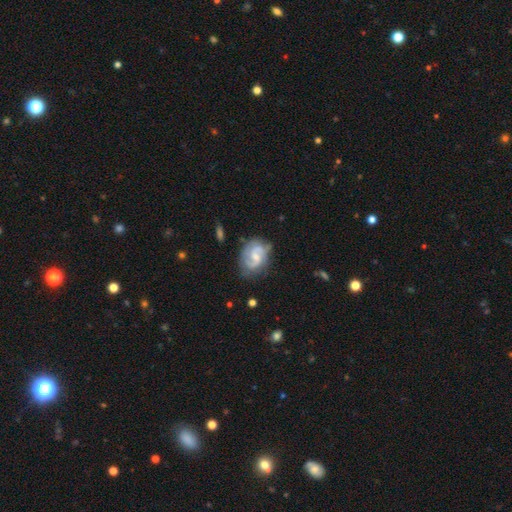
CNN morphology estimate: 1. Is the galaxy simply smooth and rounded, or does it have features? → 80% featured or disk, 14% smooth, 5% star or artifact.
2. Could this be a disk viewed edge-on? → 98% no, 2% yes.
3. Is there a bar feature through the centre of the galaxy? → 52% weak, 39% no, 9% strong.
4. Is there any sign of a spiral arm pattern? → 94% yes, 6% no.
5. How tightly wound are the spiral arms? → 49% medium, 30% tight, 21% loose.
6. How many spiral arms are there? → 80% 2, 9% can't tell, 4% 3, 4% 1, 1% 4, 1% more than 4.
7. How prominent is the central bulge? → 52% small, 37% moderate, 8% none, 2% large, 1% dominant.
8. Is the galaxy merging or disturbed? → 69% none, 21% minor disturbance, 8% major disturbance, 3% merger.